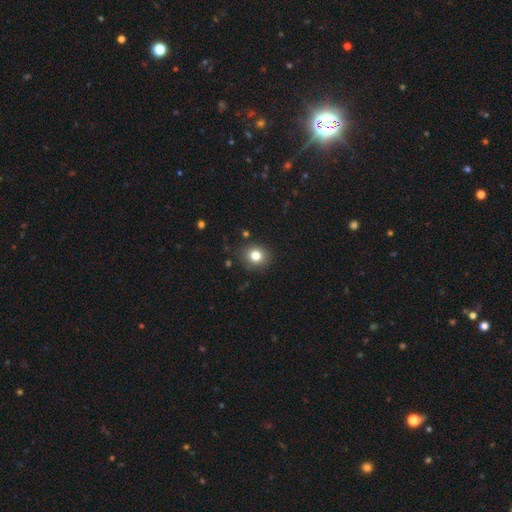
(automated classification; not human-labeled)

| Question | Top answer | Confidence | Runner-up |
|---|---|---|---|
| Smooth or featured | smooth | 80% | star or artifact (12%) |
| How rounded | round | 80% | in between (19%) |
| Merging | none | 86% | minor disturbance (9%) |